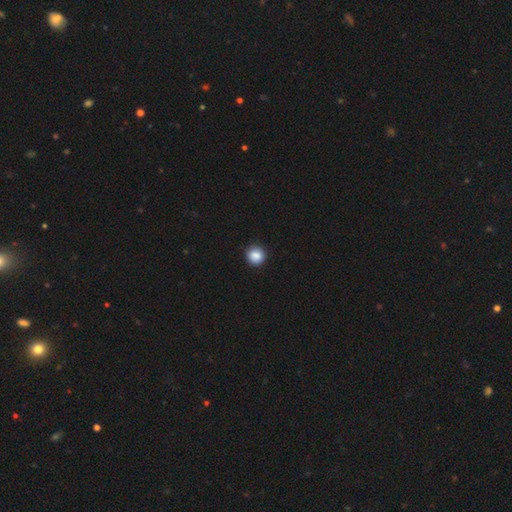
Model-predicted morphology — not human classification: A smooth galaxy with no disk features (88%) that is round (92%).

Vote fractions:
- Smooth or featured? smooth: 88% / star or artifact: 9% / featured or disk: 3%
- How rounded? round: 92% / in between: 7% / cigar-shaped: 1%
- Merging? none: 90% / minor disturbance: 7% / major disturbance: 2% / merger: 1%